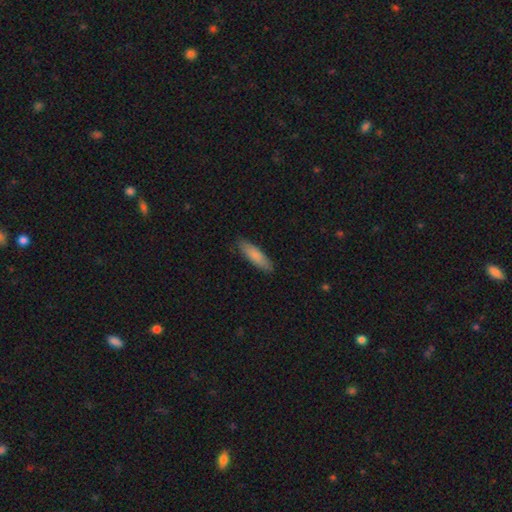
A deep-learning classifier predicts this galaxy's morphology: Smooth or featured: smooth — 83% (featured or disk — 12%)
How rounded: cigar-shaped — 60% (in between — 39%)
Merging: none — 87% (minor disturbance — 11%)